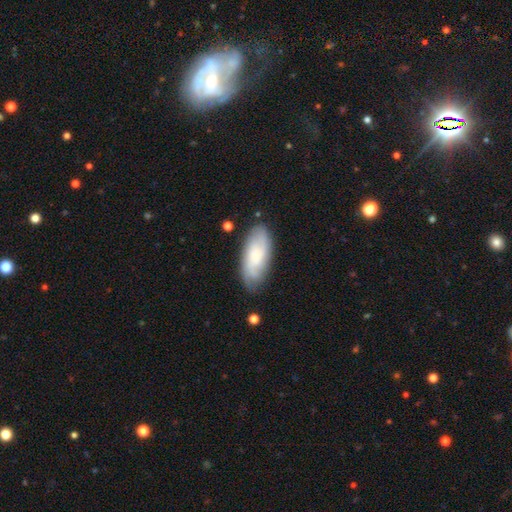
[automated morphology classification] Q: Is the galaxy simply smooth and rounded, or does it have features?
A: smooth — 56%.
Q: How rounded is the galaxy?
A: in between — 84%.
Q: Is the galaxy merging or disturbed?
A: none — 77%.